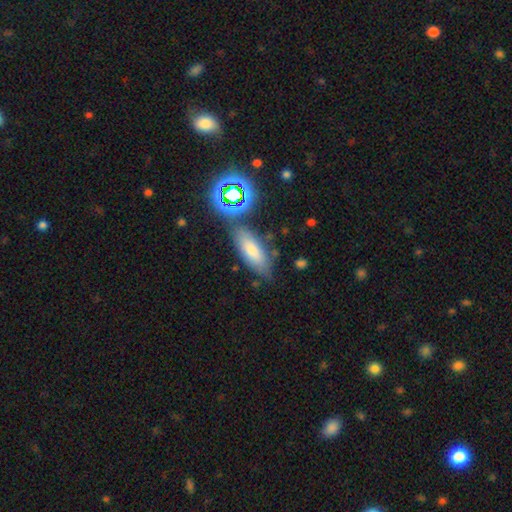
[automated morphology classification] type=smooth (74%); roundness=in between (73%); merging=none (69%).